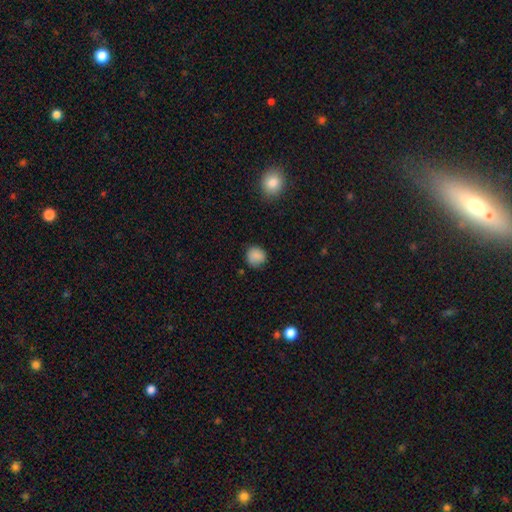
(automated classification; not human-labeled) Smooth or featured? Predicted: smooth (p=0.86). How rounded? Predicted: round (p=0.87). Merging? Predicted: none (p=0.79).